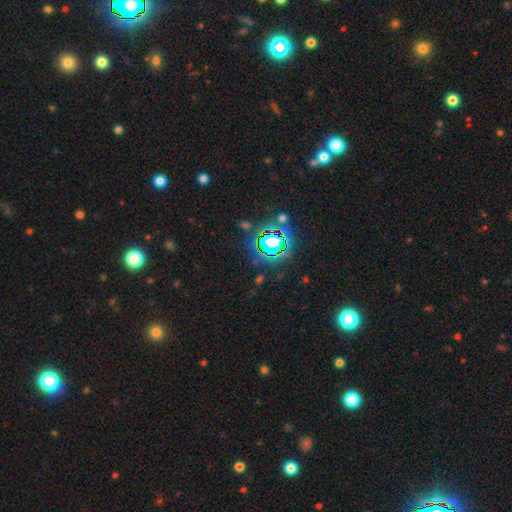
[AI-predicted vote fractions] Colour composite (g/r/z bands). It shows a star or artifact, not a galaxy (78%).